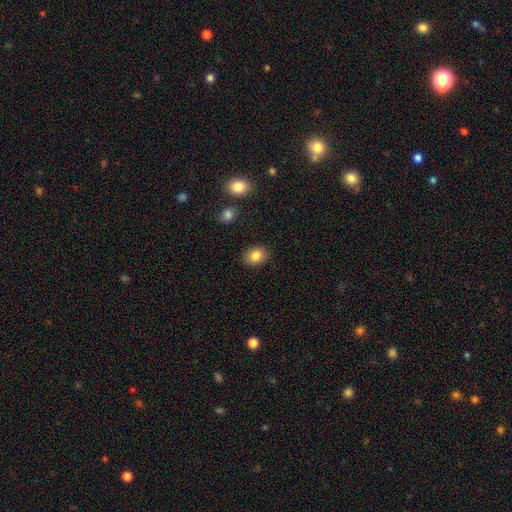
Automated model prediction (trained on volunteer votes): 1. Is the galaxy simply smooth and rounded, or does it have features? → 84% smooth, 9% star or artifact, 7% featured or disk.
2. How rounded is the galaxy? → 62% in between, 37% round, 1% cigar-shaped.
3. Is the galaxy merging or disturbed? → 87% none, 9% minor disturbance, 2% major disturbance, 2% merger.